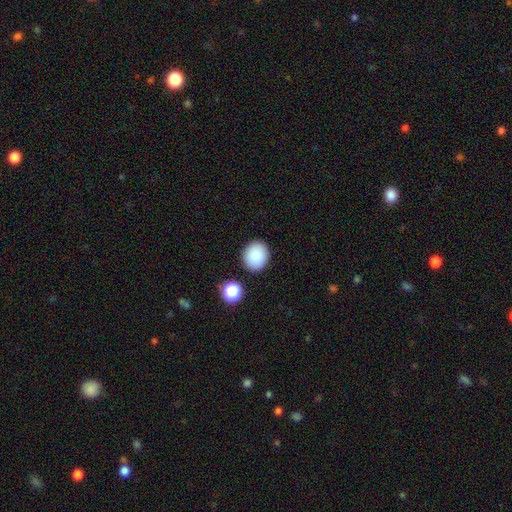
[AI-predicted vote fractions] This appears to be a smooth galaxy with no disk features (87%) that is round (75%). Merging: none (87%).